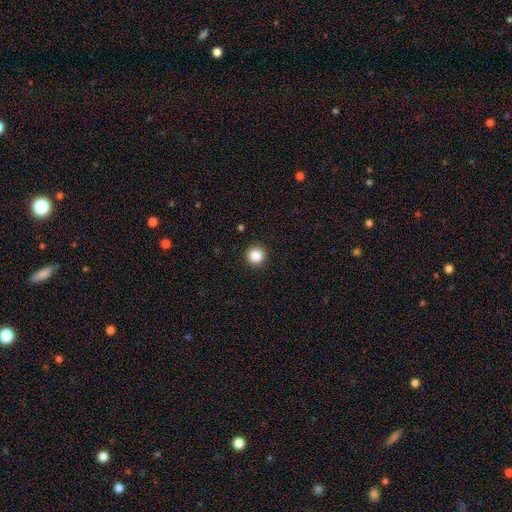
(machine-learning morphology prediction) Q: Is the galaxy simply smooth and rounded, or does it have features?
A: smooth — 87%.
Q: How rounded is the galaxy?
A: round — 95%.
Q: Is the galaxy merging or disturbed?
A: none — 92%.